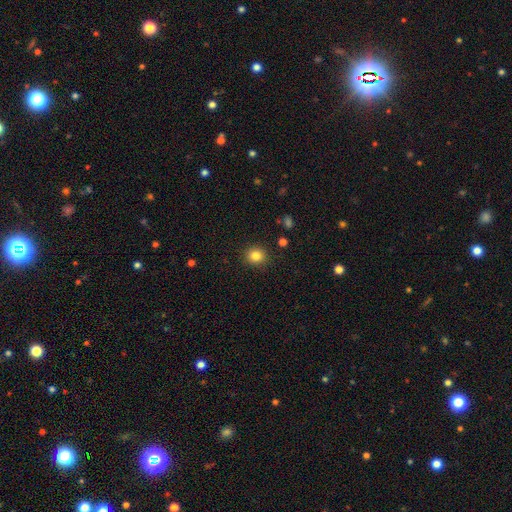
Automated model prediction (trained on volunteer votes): This appears to be a smooth galaxy with no disk features (83%) that is round (83%). Merging: none (90%).